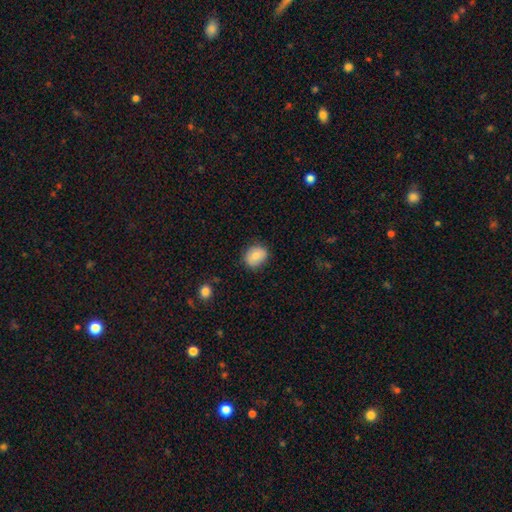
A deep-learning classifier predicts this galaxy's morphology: smooth 79%, featured or disk 13%, star or artifact 8%. Down the decision tree: how rounded — round (58%); merging — none (79%).